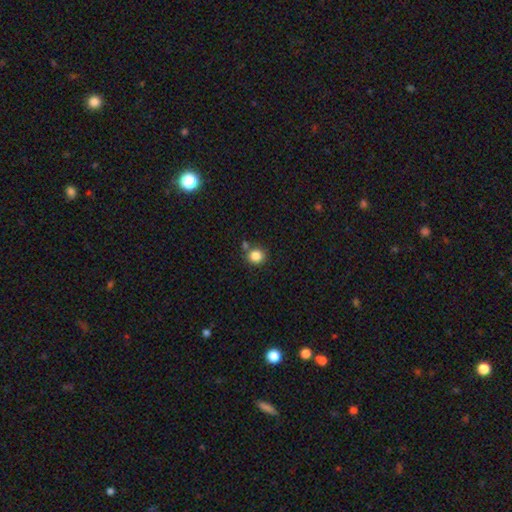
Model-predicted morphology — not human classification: Smooth or featured?
  - smooth: 84% *
  - star or artifact: 11%
  - featured or disk: 5%
How rounded?
  - round: 87% *
  - in between: 12%
  - cigar-shaped: 1%
Merging?
  - none: 76% *
  - merger: 12%
  - minor disturbance: 10%
  - major disturbance: 3%